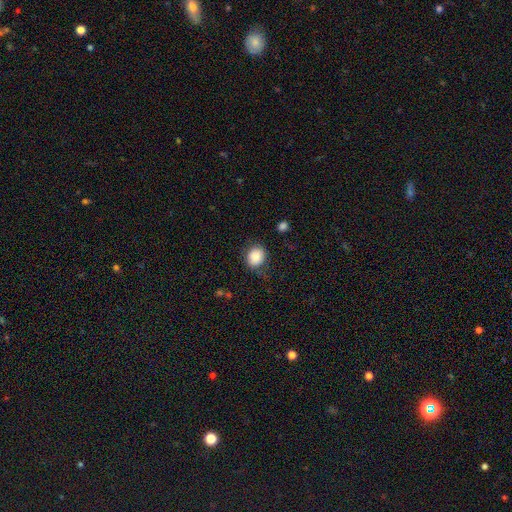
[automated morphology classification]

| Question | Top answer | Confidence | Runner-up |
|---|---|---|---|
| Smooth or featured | smooth | 84% | star or artifact (9%) |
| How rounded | round | 64% | in between (35%) |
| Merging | none | 72% | minor disturbance (19%) |